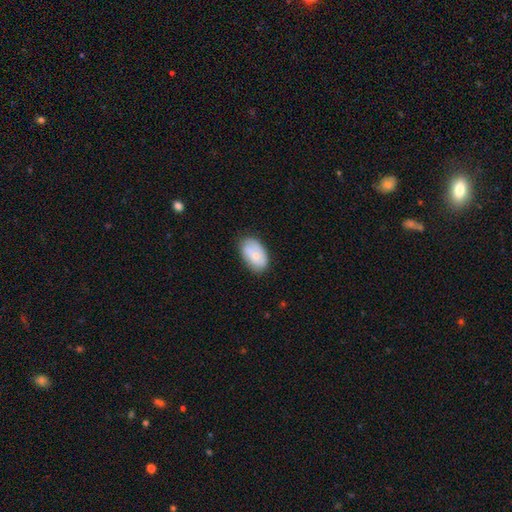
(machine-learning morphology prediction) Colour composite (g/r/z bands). It shows a smooth galaxy with no disk features (69%) that is in between round and cigar-shaped (91%). Merging: none (73%).